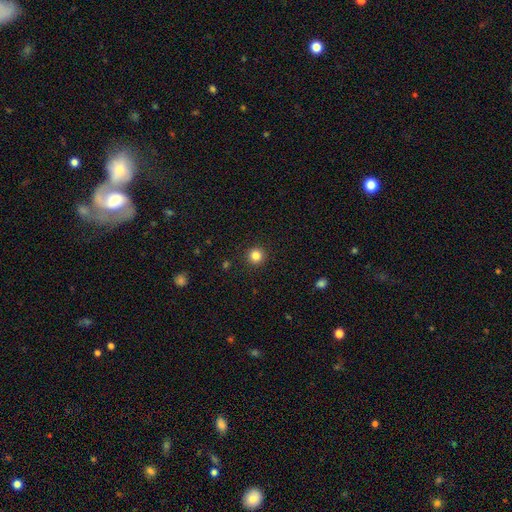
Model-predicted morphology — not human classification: This is clearly a smooth galaxy (84%). How rounded: clearly round (95%). Merging: clearly none (92%).